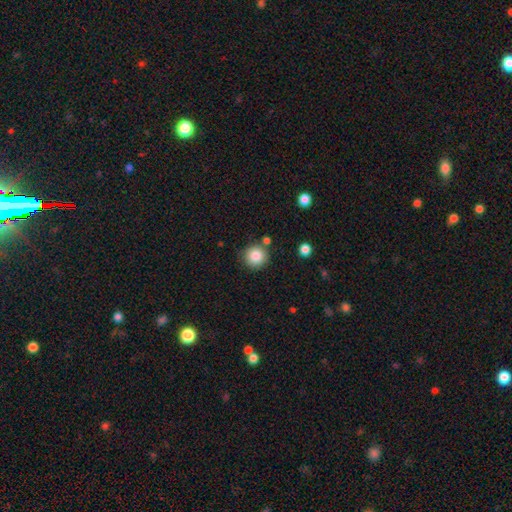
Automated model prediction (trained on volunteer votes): Overall: smooth (85%). How rounded: round (94%). Merging: none (80%).